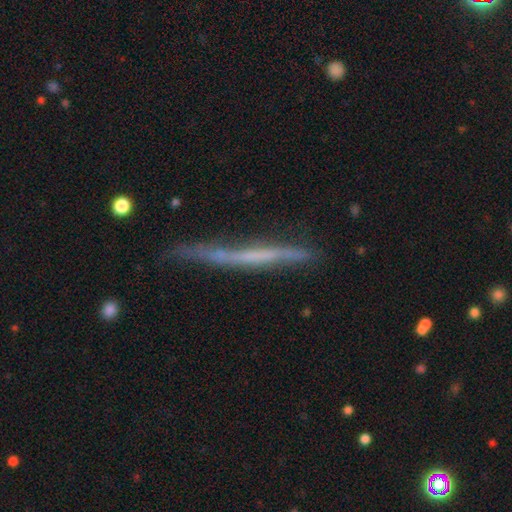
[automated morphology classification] smooth-or-featured: featured or disk: 58% | smooth: 35% | star or artifact: 7%
  disk-edge-on: yes: 91% | no: 9%
    edge-on-bulge: none: 86% | rounded: 8% | boxy: 7%
  merging: none: 62% | minor disturbance: 26% | major disturbance: 7% | merger: 4%